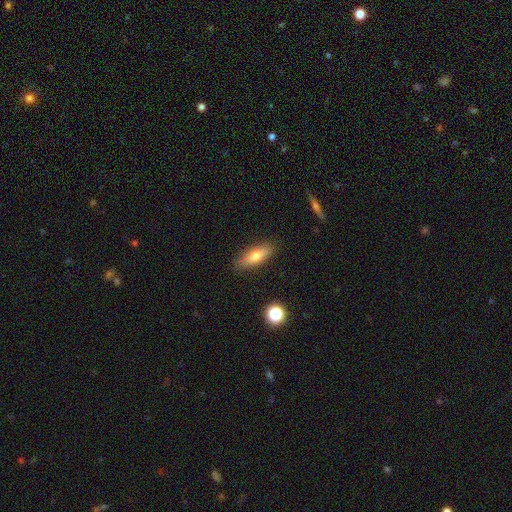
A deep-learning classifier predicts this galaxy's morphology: Smooth or featured: smooth — 69% (featured or disk — 23%)
How rounded: in between — 59% (cigar-shaped — 37%)
Merging: none — 84% (minor disturbance — 12%)